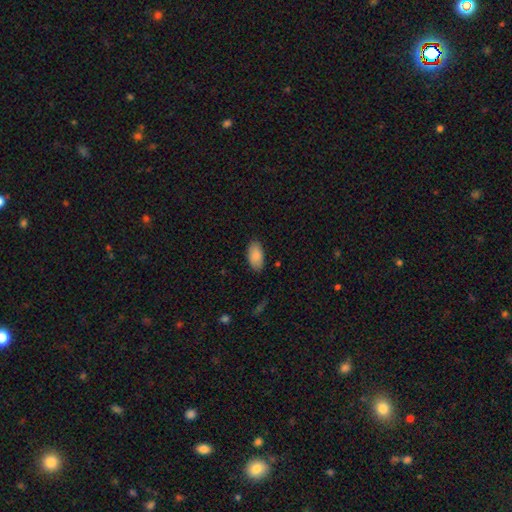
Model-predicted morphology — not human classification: Smooth or featured: smooth — 88% (star or artifact — 6%)
How rounded: in between — 95% (cigar-shaped — 3%)
Merging: none — 86% (minor disturbance — 11%)